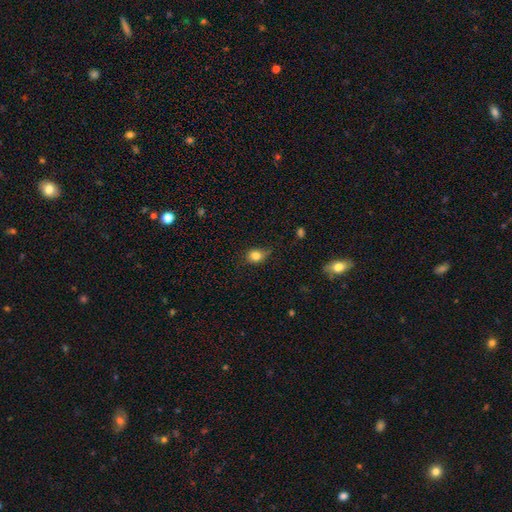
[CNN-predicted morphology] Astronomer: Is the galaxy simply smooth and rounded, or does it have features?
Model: smooth — 81%.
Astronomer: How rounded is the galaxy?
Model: round — 51% (runner-up: in between, 47%).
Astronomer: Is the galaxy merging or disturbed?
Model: none — 61%.